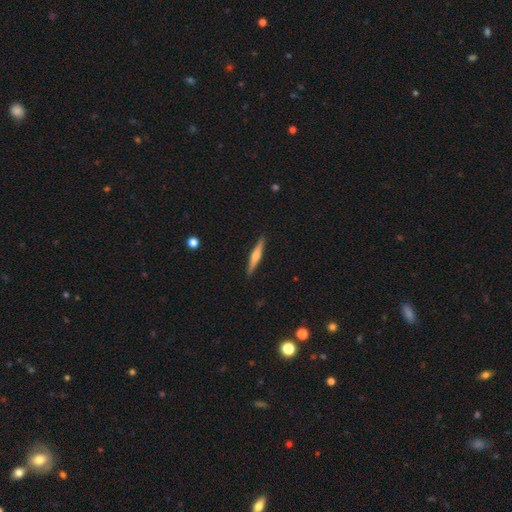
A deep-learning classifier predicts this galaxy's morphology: Smooth or featured? Predicted: featured or disk (p=0.52). Edge-on disk? Predicted: yes (p=0.97). Edge-on bulge? Predicted: rounded (p=0.71). Merging? Predicted: none (p=0.91).